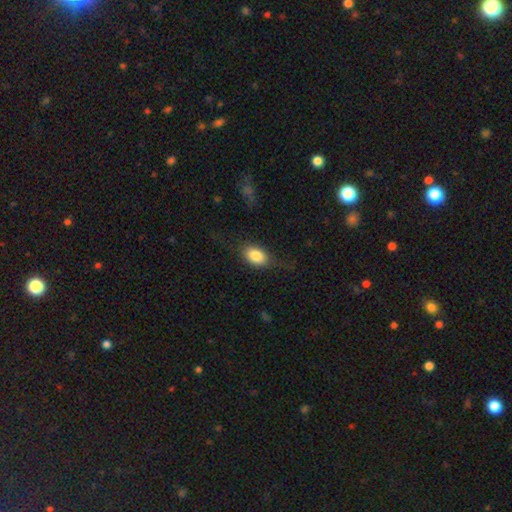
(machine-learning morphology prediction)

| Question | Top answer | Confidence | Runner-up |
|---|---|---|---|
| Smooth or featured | smooth | 82% | featured or disk (11%) |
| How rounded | in between | 82% | round (16%) |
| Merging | none | 69% | minor disturbance (19%) |